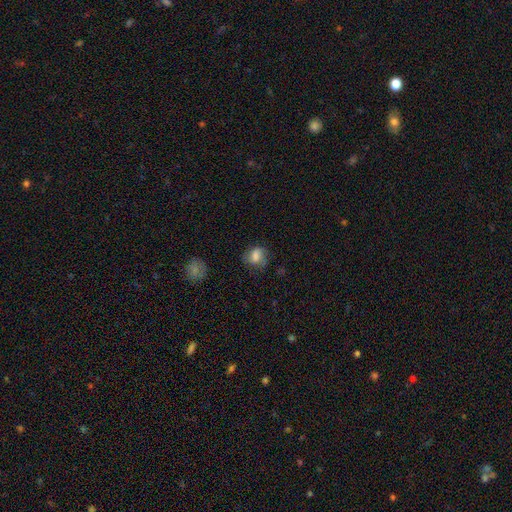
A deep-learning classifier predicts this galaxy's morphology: Smooth or featured?
  - smooth: 68% *
  - featured or disk: 22%
  - star or artifact: 10%
How rounded?
  - round: 55% *
  - in between: 43%
  - cigar-shaped: 1%
Merging?
  - none: 60% *
  - minor disturbance: 26%
  - major disturbance: 13%
  - merger: 2%